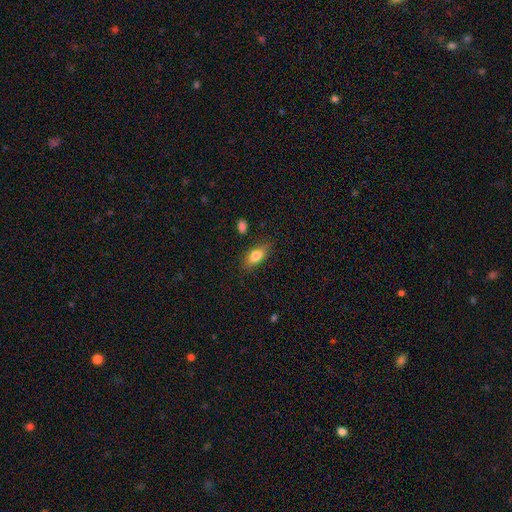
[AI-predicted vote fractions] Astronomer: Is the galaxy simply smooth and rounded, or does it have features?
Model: smooth — 77%.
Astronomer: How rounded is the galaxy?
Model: in between — 81%.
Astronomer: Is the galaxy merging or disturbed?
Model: none — 79%.